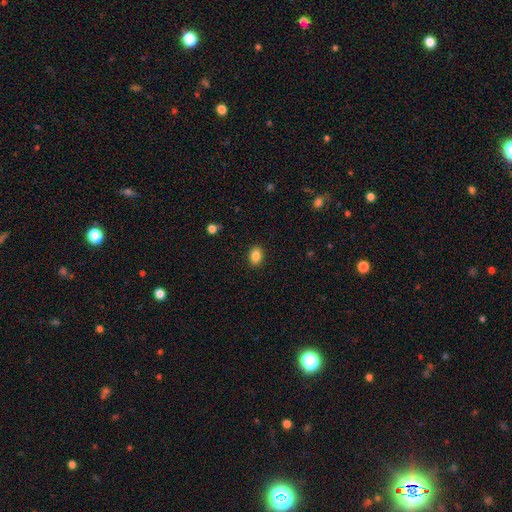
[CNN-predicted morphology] Q: Smooth or featured?
A: smooth (86%); runner-up: star or artifact (9%)
Q: How rounded?
A: in between (73%); runner-up: round (26%)
Q: Merging?
A: none (90%); runner-up: minor disturbance (7%)